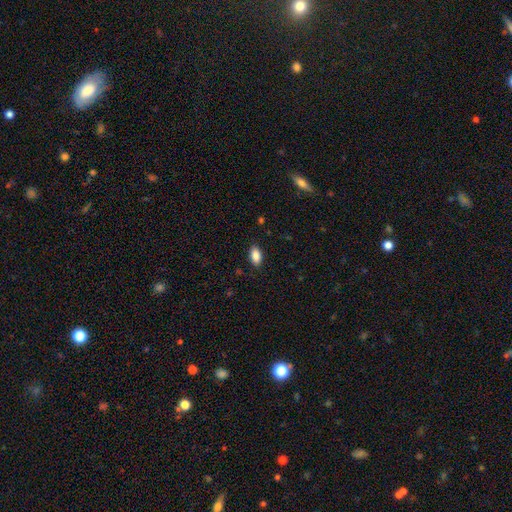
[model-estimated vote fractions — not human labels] A smooth galaxy with no disk features (88%) that is in between round and cigar-shaped (92%). Merging: none (87%).